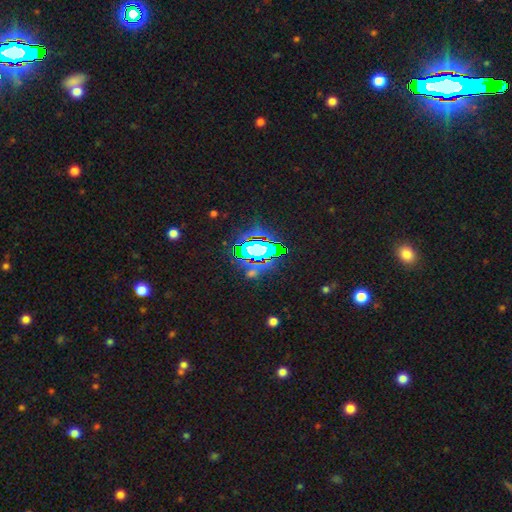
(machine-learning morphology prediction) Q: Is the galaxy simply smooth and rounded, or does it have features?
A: star or artifact — 82%.